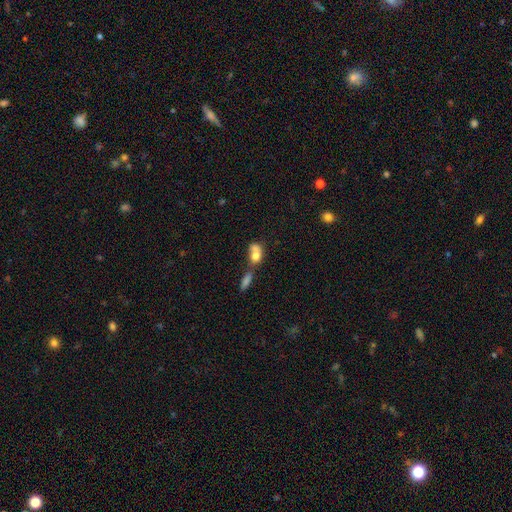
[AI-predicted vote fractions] Q: Smooth or featured?
A: smooth (73%); runner-up: featured or disk (18%)
Q: How rounded?
A: in between (61%); runner-up: round (33%)
Q: Merging?
A: merger (62%); runner-up: none (20%)